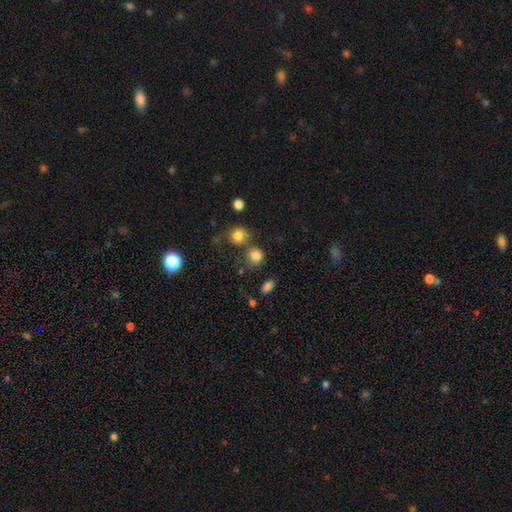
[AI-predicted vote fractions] Smooth or featured: smooth — 82% (star or artifact — 13%)
How rounded: round — 83% (in between — 16%)
Merging: none — 61% (merger — 22%)